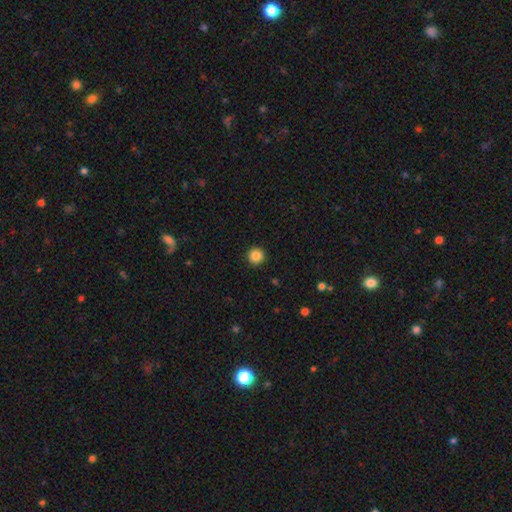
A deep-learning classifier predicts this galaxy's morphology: Q: Smooth or featured?
A: smooth (86%); runner-up: star or artifact (10%)
Q: How rounded?
A: round (96%); runner-up: in between (3%)
Q: Merging?
A: none (93%); runner-up: minor disturbance (4%)